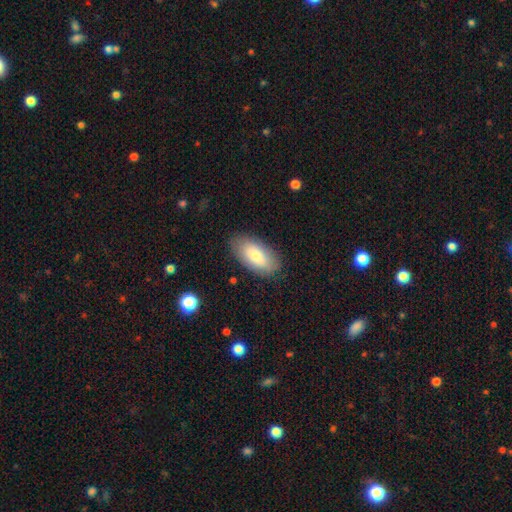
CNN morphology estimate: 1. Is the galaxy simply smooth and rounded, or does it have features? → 79% smooth, 15% featured or disk, 6% star or artifact.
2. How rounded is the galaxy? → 93% in between, 5% cigar-shaped, 3% round.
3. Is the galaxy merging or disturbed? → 84% none, 12% minor disturbance, 3% major disturbance, 1% merger.